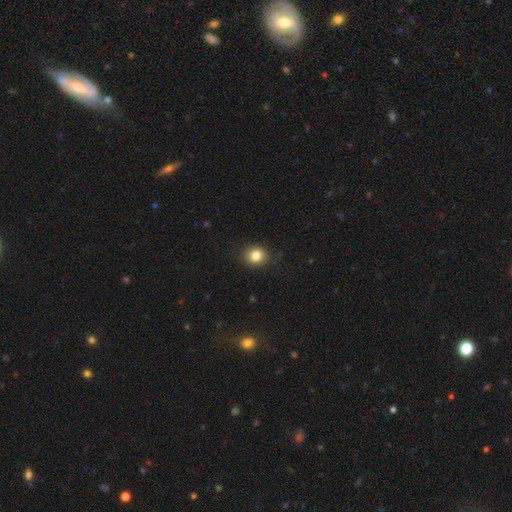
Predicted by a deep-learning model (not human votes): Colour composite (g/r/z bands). It shows a smooth galaxy with no disk features (83%) that is round (72%). Merging: none (88%).